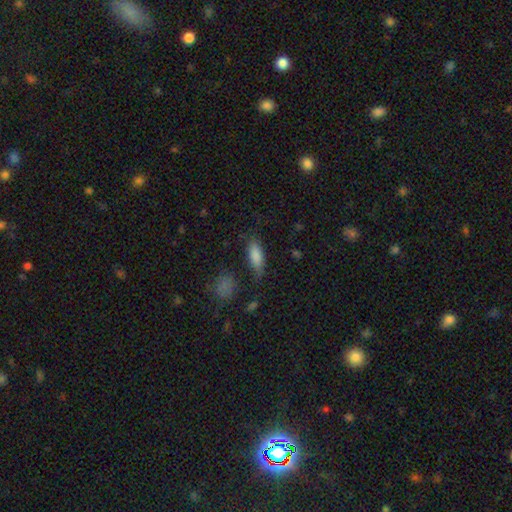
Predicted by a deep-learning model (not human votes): Morphology: type=smooth (84%); roundness=in between (76%); merging=none (69%).